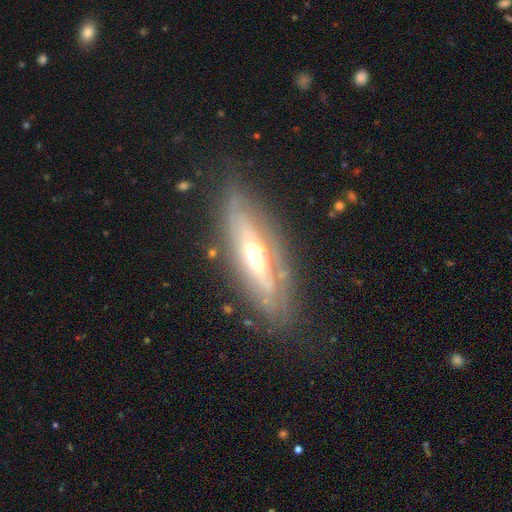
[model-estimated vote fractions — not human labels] Smooth or featured: featured or disk — 74% (smooth — 20%)
Edge-on disk: no — 53% (yes — 47%)
Merging: none — 74% (minor disturbance — 16%)